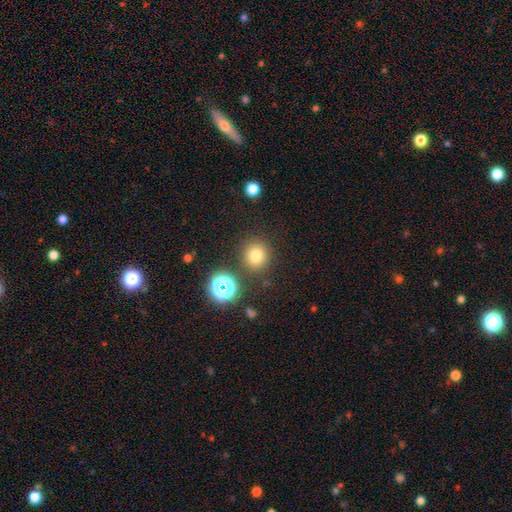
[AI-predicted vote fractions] The model was most divided on "smooth or featured": smooth: 75%, star or artifact: 17%, featured or disk: 7%. More confident: how rounded — round (92%); merging — none (85%).